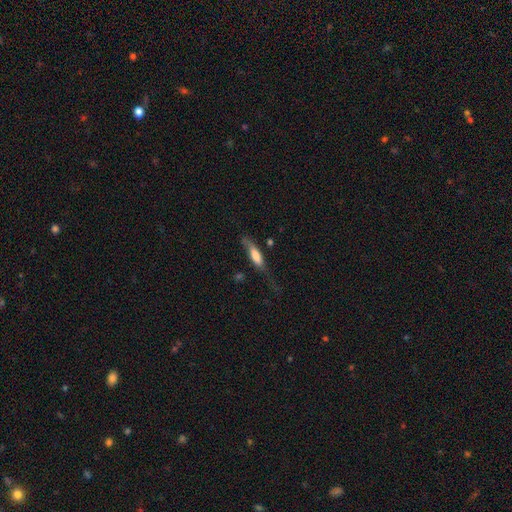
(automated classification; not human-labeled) This appears to be a smooth galaxy with no disk features (63%) that is cigar-shaped (61%). Merging: none (38%).